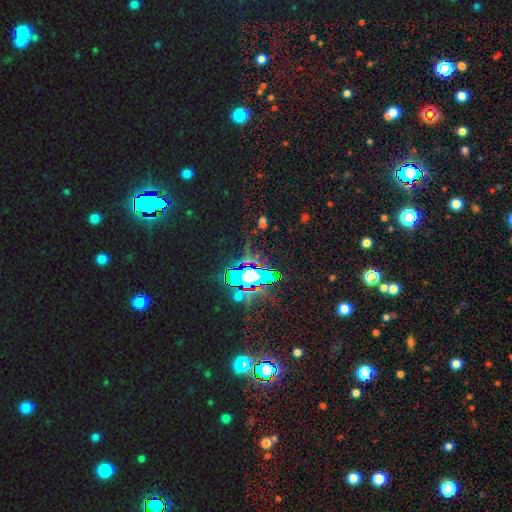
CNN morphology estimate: Smooth or featured? Predicted: star or artifact (p=0.81).